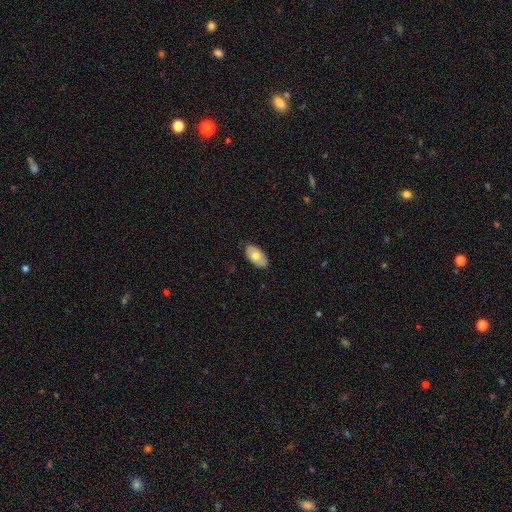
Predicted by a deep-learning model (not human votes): Smooth or featured? Predicted: smooth (p=0.64). How rounded? Predicted: in between (p=0.95). Merging? Predicted: none (p=0.85).